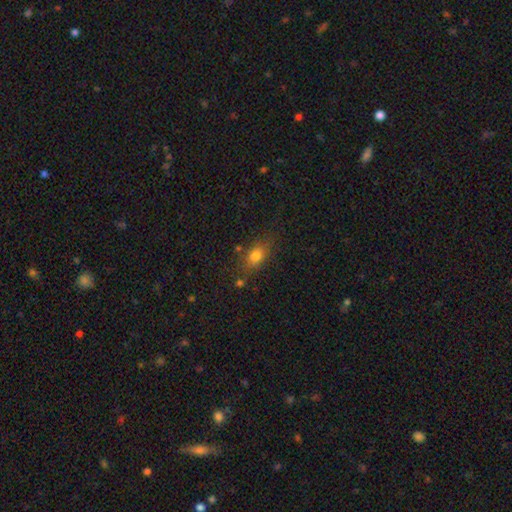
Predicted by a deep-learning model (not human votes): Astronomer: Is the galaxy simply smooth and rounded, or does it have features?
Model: smooth — 76%.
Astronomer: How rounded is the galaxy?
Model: in between — 71%.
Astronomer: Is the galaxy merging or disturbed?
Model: none — 71%.